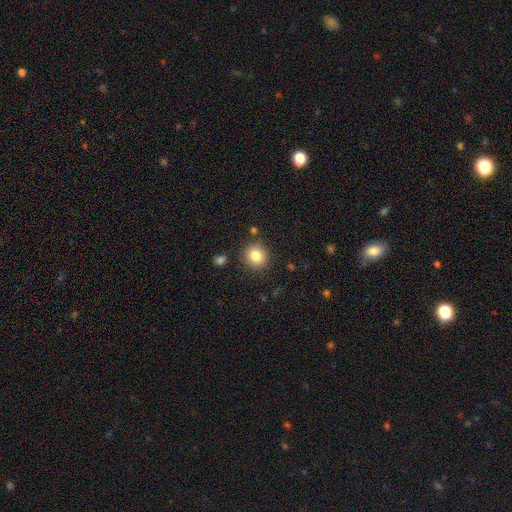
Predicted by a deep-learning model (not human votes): This appears to be a smooth galaxy with no disk features (83%) that is round (89%). Merging: none (87%).